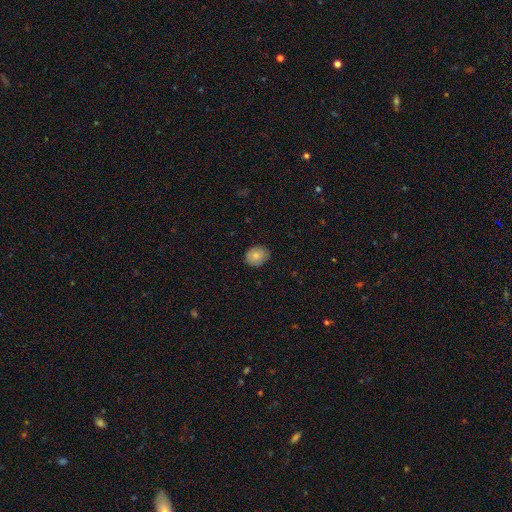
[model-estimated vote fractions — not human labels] This appears to be a smooth galaxy with no disk features (83%) that is round (60%). Merging: none (83%).